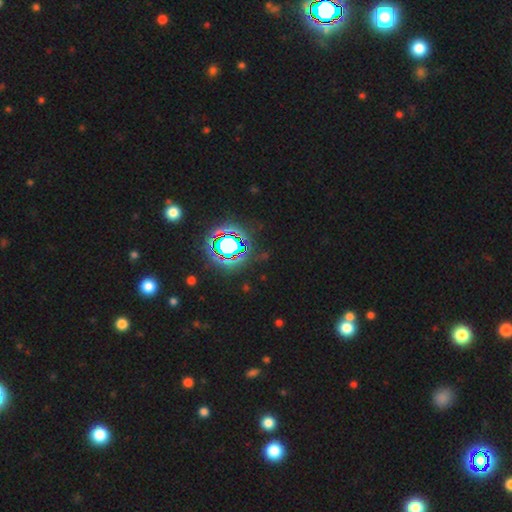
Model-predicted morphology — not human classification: smooth_or_featured: star or artifact (p=0.77) [alt: smooth p=0.13]